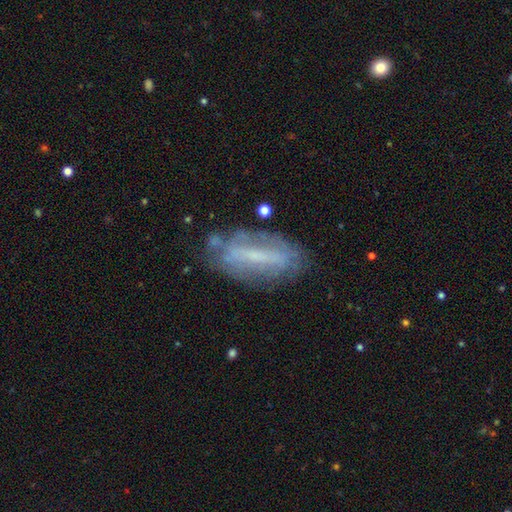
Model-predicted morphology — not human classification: smooth-or-featured: featured or disk: 60% | smooth: 31% | star or artifact: 9%
  disk-edge-on: no: 75% | yes: 25%
  merging: none: 68% | minor disturbance: 20% | major disturbance: 8% | merger: 4%